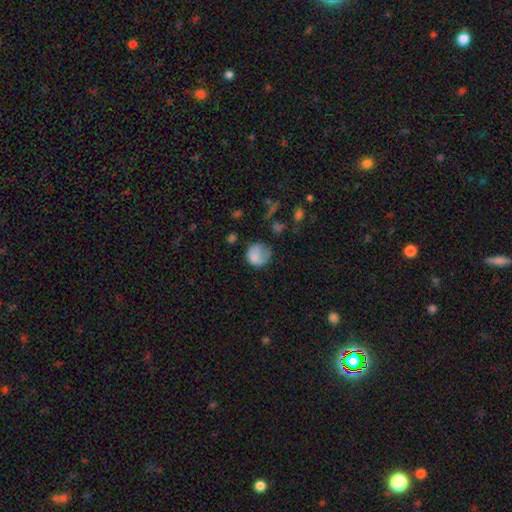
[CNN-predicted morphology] Q: Smooth or featured?
A: smooth (75%); runner-up: featured or disk (16%)
Q: How rounded?
A: round (76%); runner-up: in between (23%)
Q: Merging?
A: none (42%); runner-up: minor disturbance (29%)